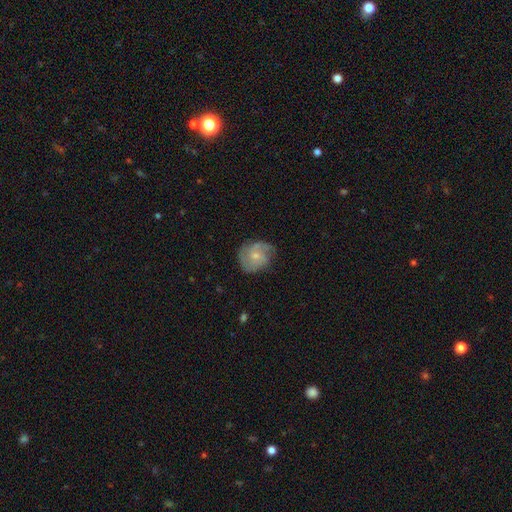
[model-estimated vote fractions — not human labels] Smooth or featured: featured or disk — 64% (smooth — 30%)
Edge-on disk: no — 98% (yes — 2%)
Bar: no — 70% (weak — 27%)
Spiral arms: yes — 89% (no — 11%)
Spiral winding: medium — 44% (tight — 36%)
Spiral arm count: 2 — 44% (can't tell — 22%)
Bulge size: small — 64% (moderate — 31%)
Merging: none — 67% (minor disturbance — 23%)